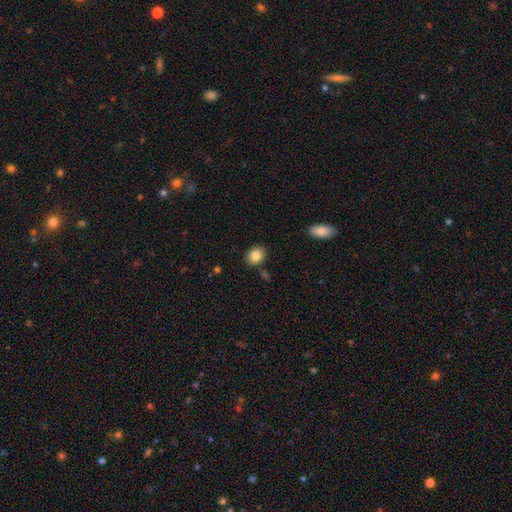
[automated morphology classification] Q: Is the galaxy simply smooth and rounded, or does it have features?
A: smooth — 84%.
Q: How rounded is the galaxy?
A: in between — 52%.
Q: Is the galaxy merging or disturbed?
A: none — 86%.